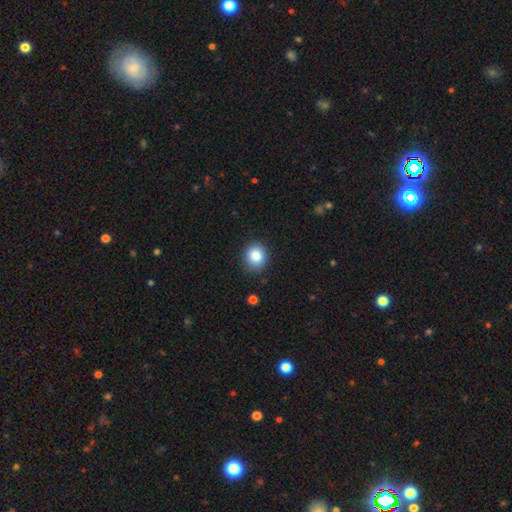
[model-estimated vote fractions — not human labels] Smooth or featured: smooth — 85% (star or artifact — 9%)
How rounded: round — 78% (in between — 21%)
Merging: none — 88% (minor disturbance — 9%)